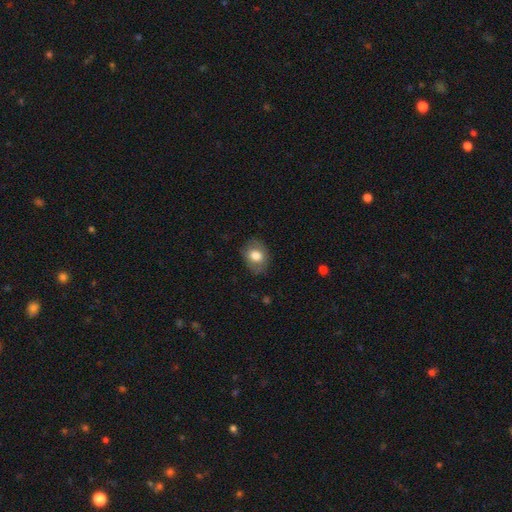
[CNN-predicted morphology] Overall: smooth (76%). How rounded: in between (62%; round 37%). Merging: none (80%).